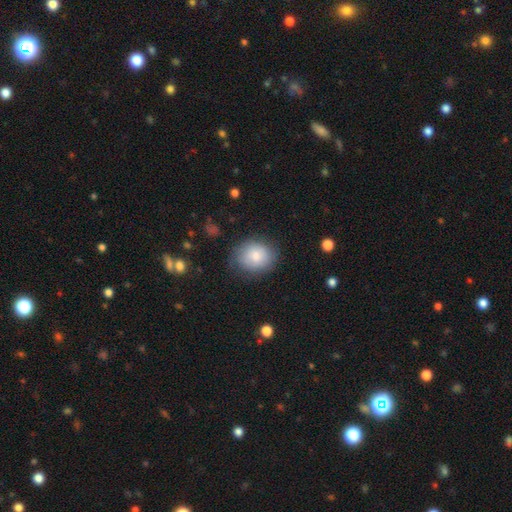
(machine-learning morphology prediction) Smooth or featured? Predicted: smooth (p=0.79). How rounded? Predicted: round (p=0.66). Merging? Predicted: none (p=0.74).